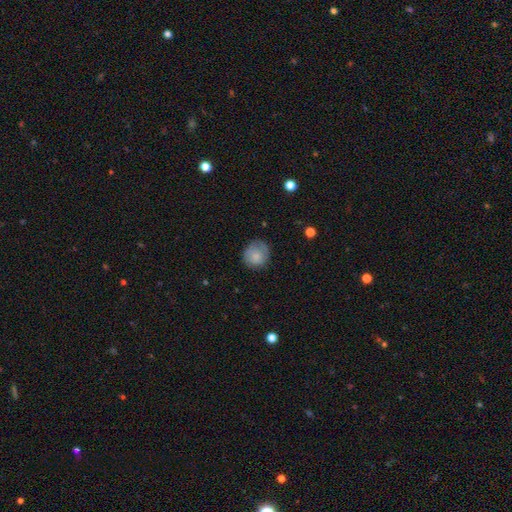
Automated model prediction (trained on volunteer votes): Overall: smooth (73%). How rounded: round (84%). Merging: none (70%).